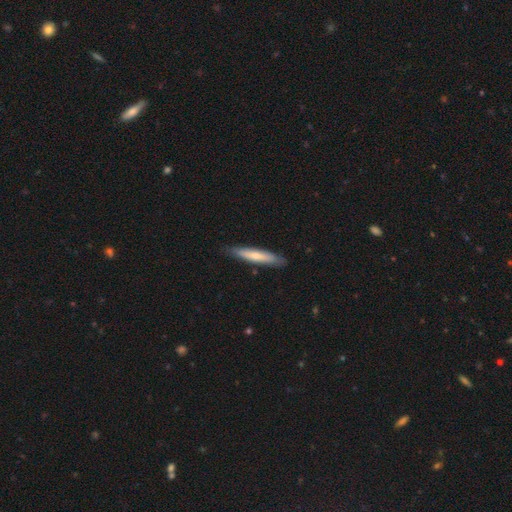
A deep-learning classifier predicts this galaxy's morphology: Smooth or featured? Predicted: smooth (p=0.65). How rounded? Predicted: cigar-shaped (p=0.90). Merging? Predicted: none (p=0.86).